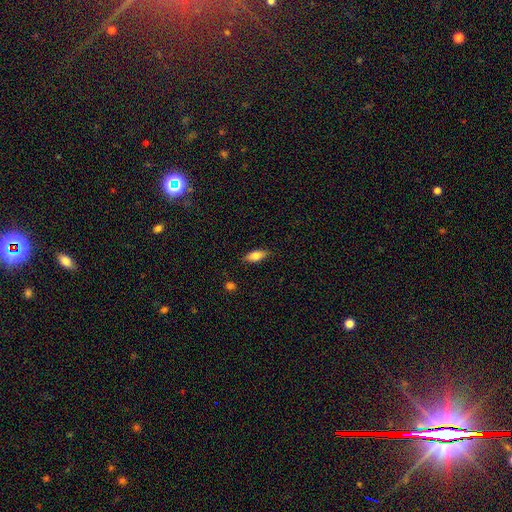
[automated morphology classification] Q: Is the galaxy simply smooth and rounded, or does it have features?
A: smooth — 79%.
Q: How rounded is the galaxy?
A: in between — 81%.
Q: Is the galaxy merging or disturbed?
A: none — 84%.